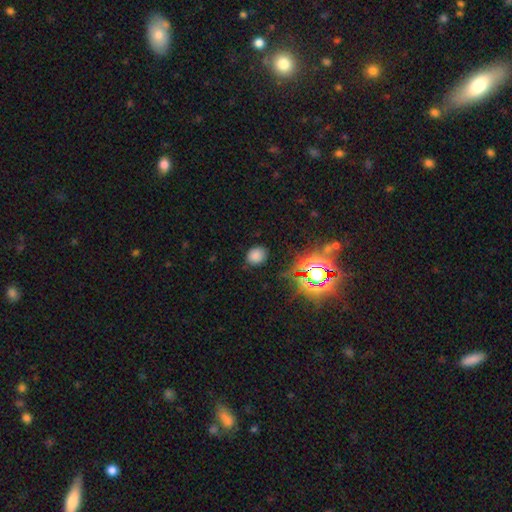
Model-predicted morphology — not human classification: type=smooth (72%); roundness=round (55%); merging=none (83%).